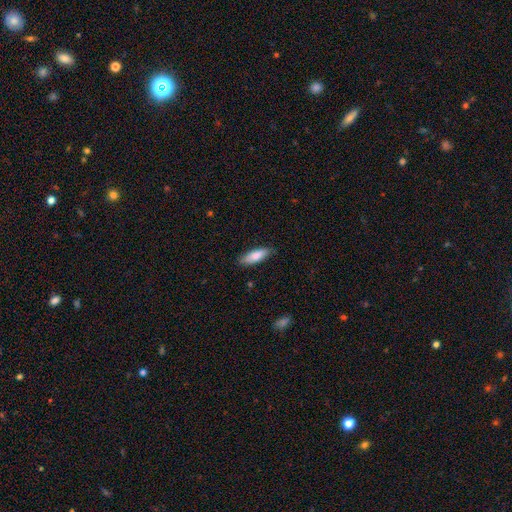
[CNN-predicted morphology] This appears to be a smooth galaxy with no disk features (85%) that is in between round and cigar-shaped (59%). Merging: none (83%).